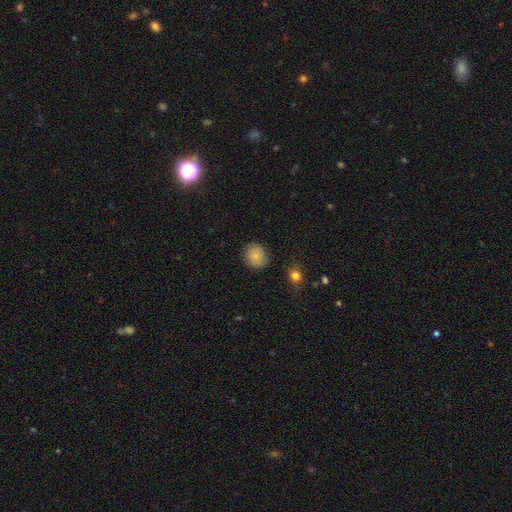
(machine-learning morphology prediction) smooth 81%, featured or disk 10%, star or artifact 9%. Down the decision tree: how rounded — round (79%); merging — none (82%).